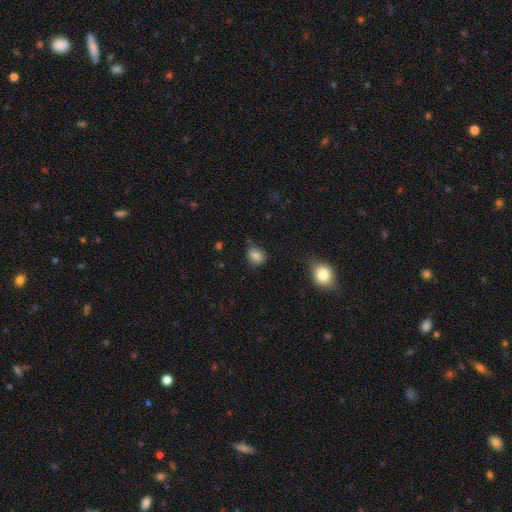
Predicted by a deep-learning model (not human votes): A smooth galaxy with no disk features (80%) that is round (70%). Merging: none (64%).